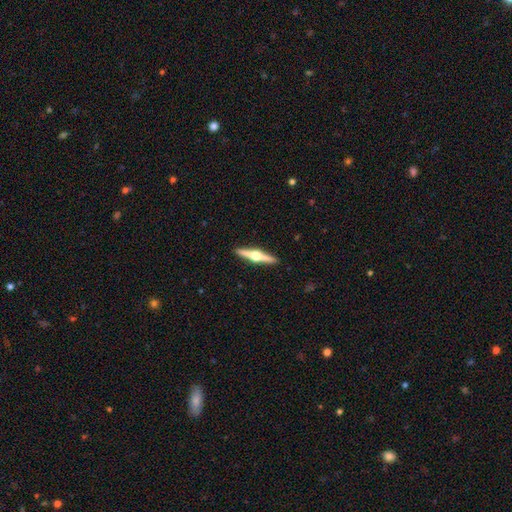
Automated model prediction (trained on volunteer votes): Smooth or featured: featured or disk — 79% (smooth — 16%)
Edge-on disk: yes — 98% (no — 2%)
Edge-on bulge: rounded — 96% (boxy — 2%)
Merging: none — 92% (minor disturbance — 6%)